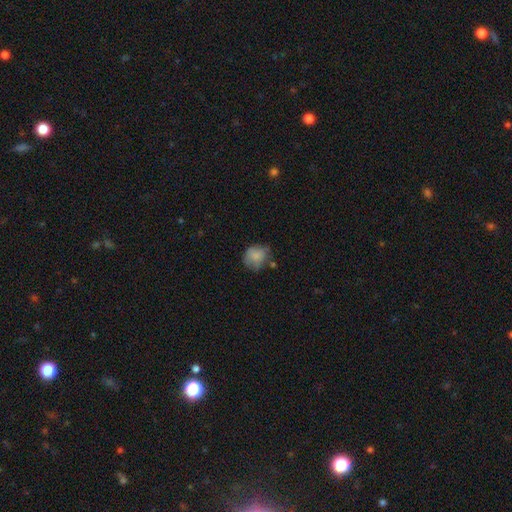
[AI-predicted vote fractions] This appears to be a smooth galaxy with no disk features (76%) that is round (71%). Merging: none (50%).